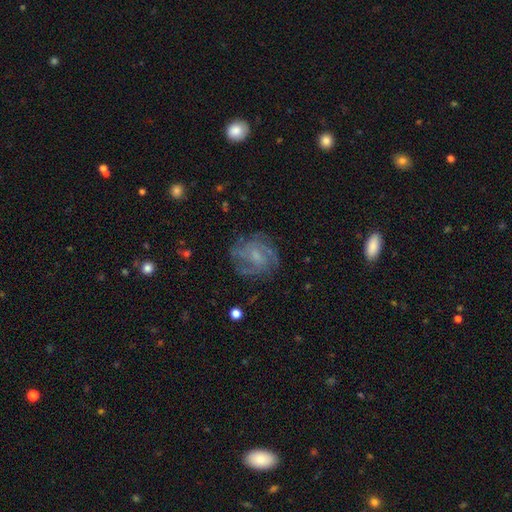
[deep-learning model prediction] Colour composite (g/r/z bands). It shows a featured or disk galaxy (71%) with no bar (53%), tight (44%) spiral arms (84%) and a small central bulge (45%). Merging: none (71%).